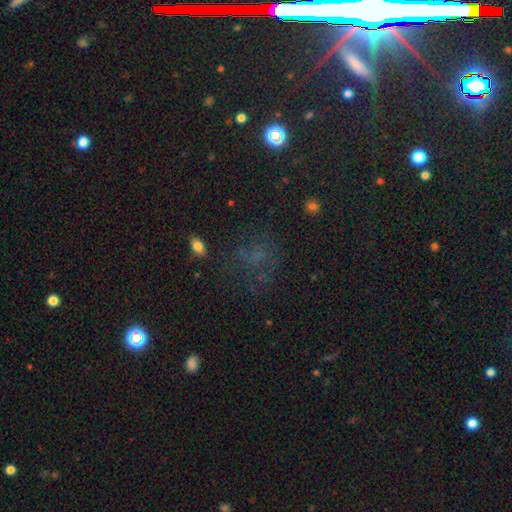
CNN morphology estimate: A star or artifact, not a galaxy (40%).

Vote fractions:
- Smooth or featured? star or artifact: 40% / smooth: 38% / featured or disk: 22%